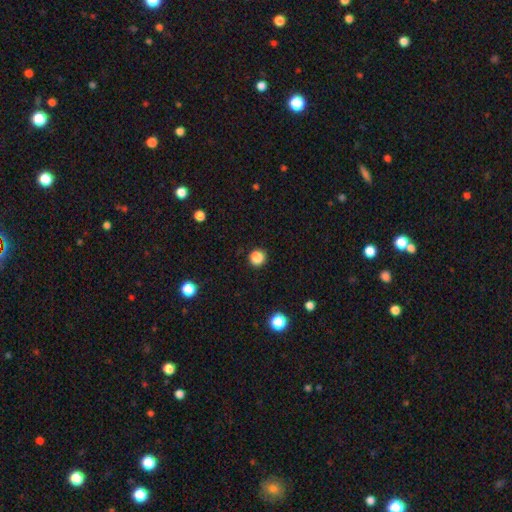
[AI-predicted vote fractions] Q: Smooth or featured?
A: smooth (86%); runner-up: star or artifact (11%)
Q: How rounded?
A: round (91%); runner-up: in between (8%)
Q: Merging?
A: none (90%); runner-up: minor disturbance (7%)